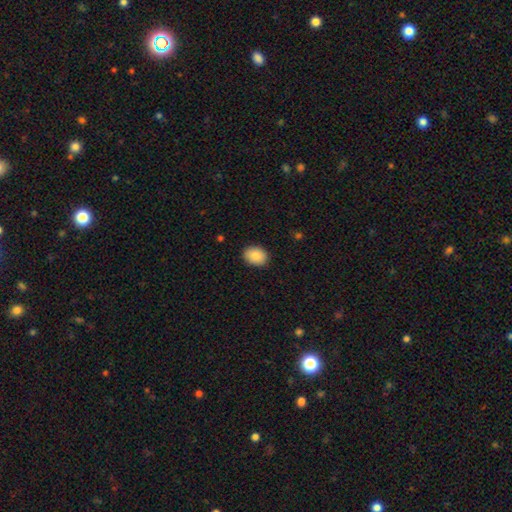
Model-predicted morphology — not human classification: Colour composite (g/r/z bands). It shows a smooth galaxy with no disk features (87%) that is in between round and cigar-shaped (63%). Merging: none (89%).